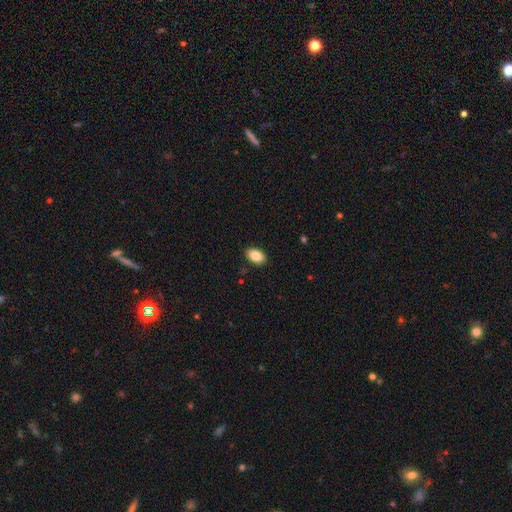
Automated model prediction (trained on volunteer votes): Smooth or featured: smooth — 85% (star or artifact — 8%)
How rounded: in between — 90% (round — 8%)
Merging: none — 88% (minor disturbance — 9%)